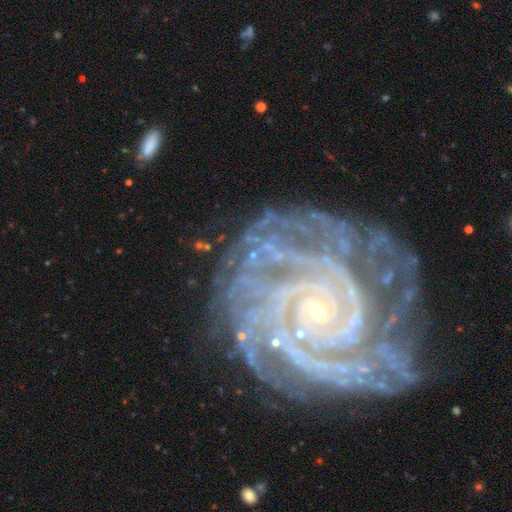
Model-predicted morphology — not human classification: A featured or disk galaxy (92%) with no bar (68%), 2 (25%) tight (81%) spiral arms (99%) and a small central bulge (84%).

Vote fractions:
- Smooth or featured? featured or disk: 92% / star or artifact: 5% / smooth: 3%
- Edge-on disk? no: 98% / yes: 2%
- Bar? no: 68% / weak: 20% / strong: 12%
- Spiral arms? yes: 99% / no: 1%
- Spiral winding? tight: 81% / medium: 17% / loose: 2%
- Spiral arm count? 2: 25% / 3: 19% / 4: 17% / more than 4: 16% / can't tell: 15% / 1: 9%
- Bulge size? small: 84% / moderate: 12% / none: 2% / large: 1% / dominant: 1%
- Merging? none: 66% / minor disturbance: 20% / major disturbance: 10% / merger: 3%